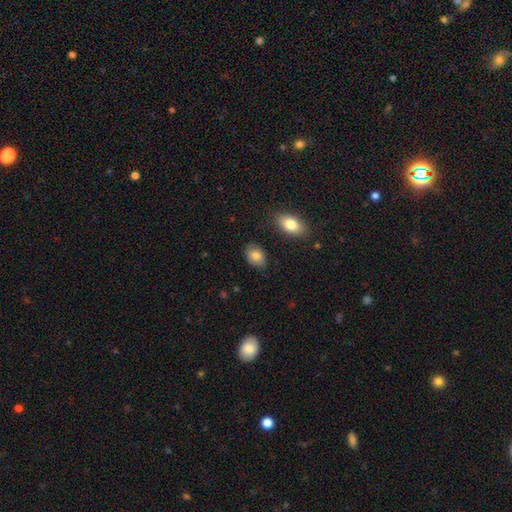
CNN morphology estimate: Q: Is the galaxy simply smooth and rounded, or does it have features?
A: smooth — 83%.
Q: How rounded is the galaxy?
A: in between — 85%.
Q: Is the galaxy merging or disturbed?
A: none — 80%.